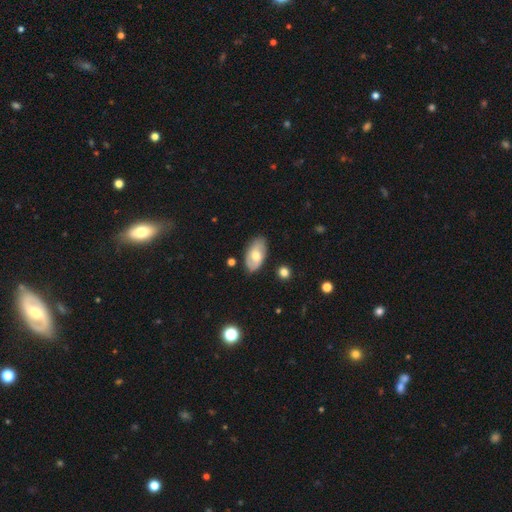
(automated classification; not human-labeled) The model was most divided on "smooth or featured": smooth: 51%, featured or disk: 42%, star or artifact: 6%. More confident: how rounded — in between (93%); merging — none (79%).